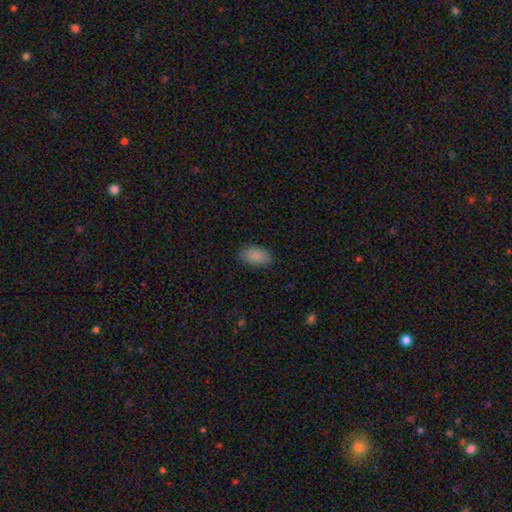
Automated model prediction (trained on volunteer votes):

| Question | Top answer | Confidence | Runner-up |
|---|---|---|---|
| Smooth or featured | smooth | 88% | star or artifact (8%) |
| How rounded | in between | 93% | round (5%) |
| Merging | none | 83% | minor disturbance (13%) |